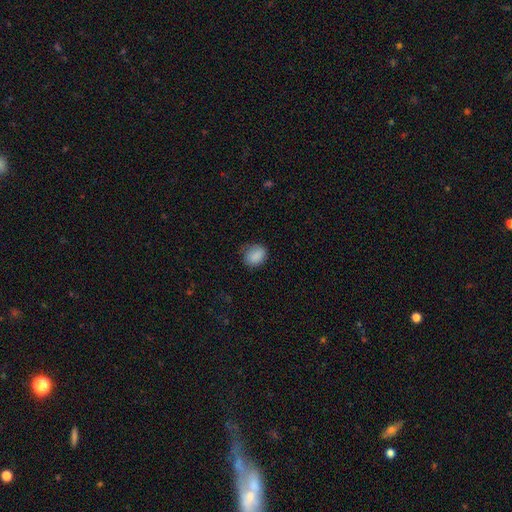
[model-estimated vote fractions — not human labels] Smooth or featured? smooth (87%)
How rounded? in between (52%)
Merging? none (66%)